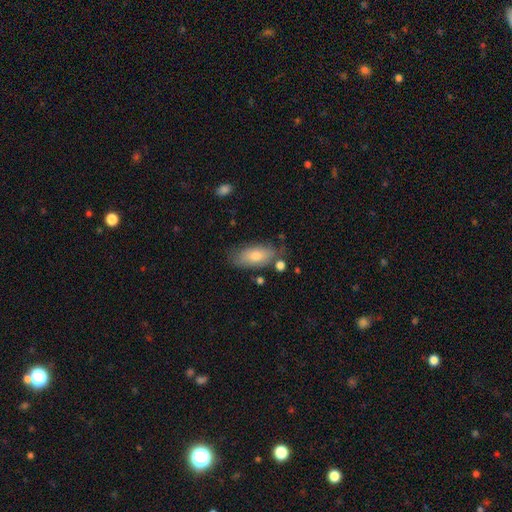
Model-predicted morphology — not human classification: smooth_or_featured: smooth (p=0.69) [alt: featured or disk p=0.23]
how_rounded: in between (p=0.87) [alt: cigar-shaped p=0.10]
merging: none (p=0.68) [alt: minor disturbance p=0.21]